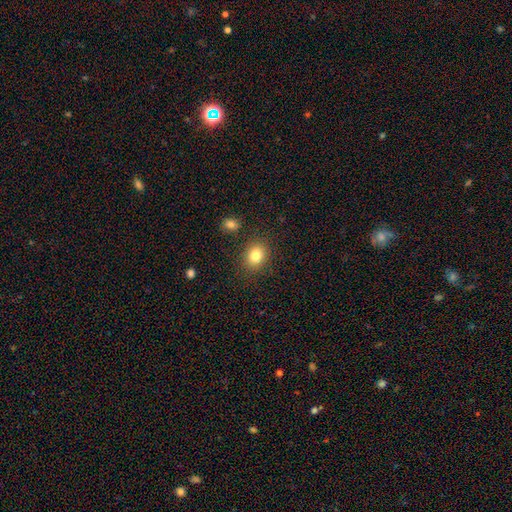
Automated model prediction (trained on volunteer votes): smooth-or-featured: smooth: 82% | star or artifact: 11% | featured or disk: 8%
  how-rounded: round: 57% | in between: 42% | cigar-shaped: 1%
  merging: none: 85% | minor disturbance: 9% | merger: 3% | major disturbance: 3%